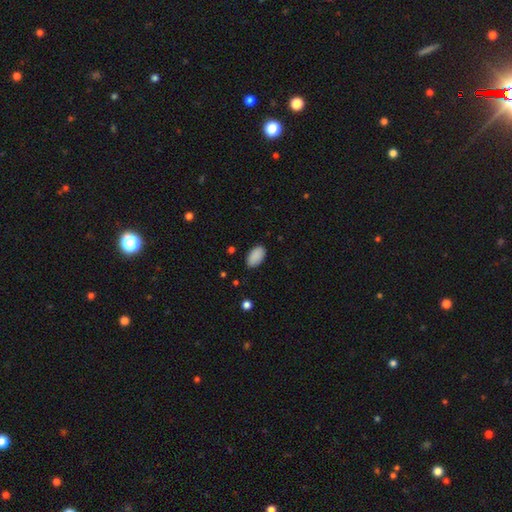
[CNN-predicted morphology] Overall: smooth (90%). How rounded: in between (95%). Merging: none (84%).